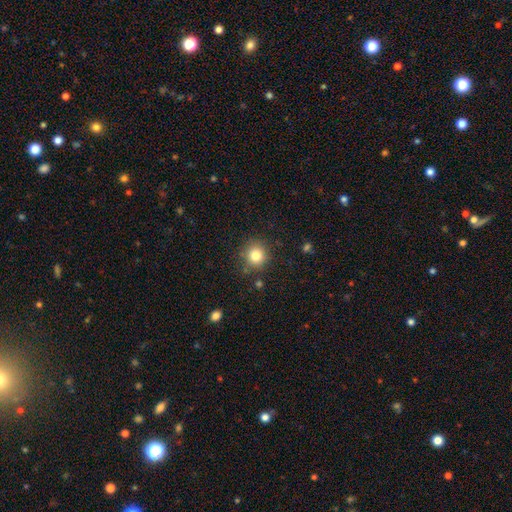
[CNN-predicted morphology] Q: Smooth or featured?
A: smooth (81%); runner-up: star or artifact (12%)
Q: How rounded?
A: round (91%); runner-up: in between (8%)
Q: Merging?
A: none (84%); runner-up: minor disturbance (10%)